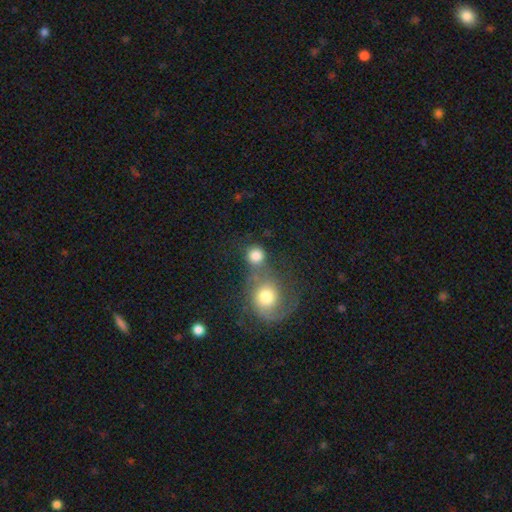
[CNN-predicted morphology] type=smooth (80%); roundness=round (87%); merging=none (43%).